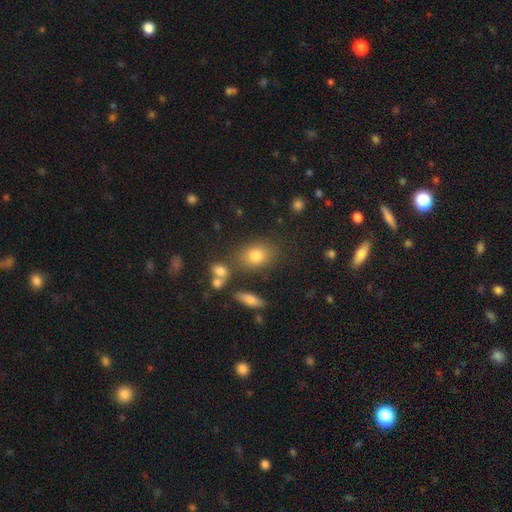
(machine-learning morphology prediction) smooth_or_featured: smooth (p=0.76) [alt: star or artifact p=0.14]
how_rounded: in between (p=0.68) [alt: round p=0.30]
merging: none (p=0.76) [alt: minor disturbance p=0.12]